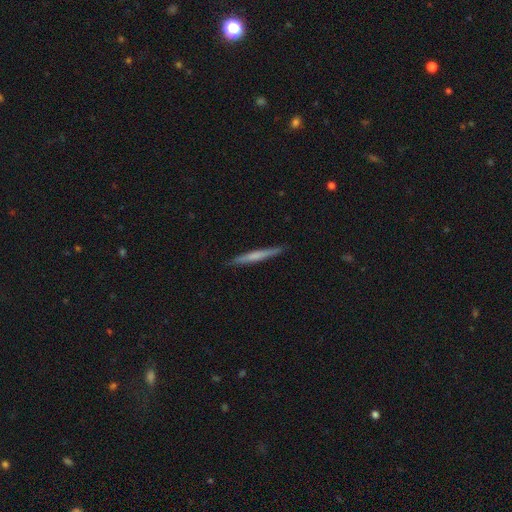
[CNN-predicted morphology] Smooth or featured? Predicted: smooth (p=0.55). How rounded? Predicted: cigar-shaped (p=0.96). Merging? Predicted: none (p=0.90).